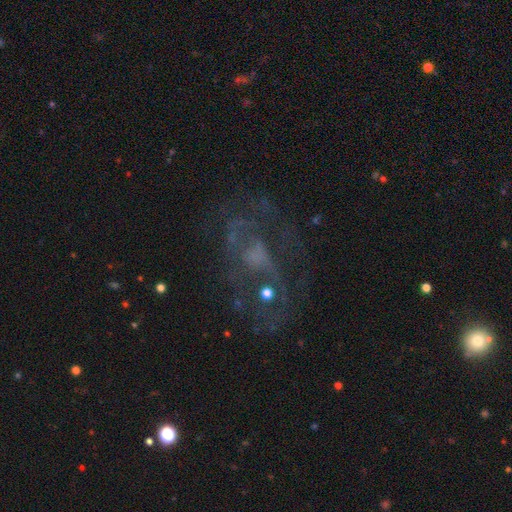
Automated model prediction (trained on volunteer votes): A featured or disk galaxy (67%) with no bar (73%), no spiral arms (54%) and no central bulge (31%, tied with small). Merging: none (58%).